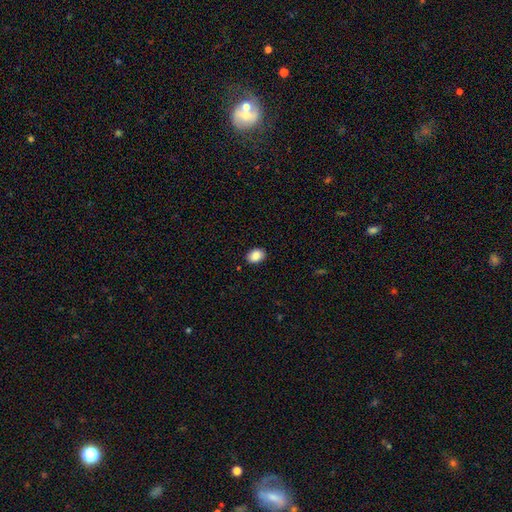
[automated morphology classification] type=smooth (88%); roundness=in between (70%); merging=none (89%).